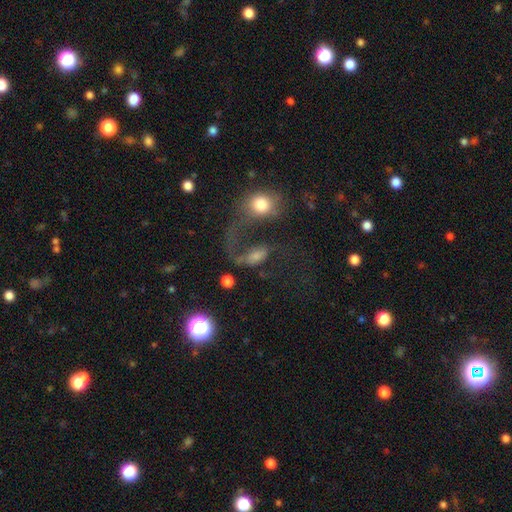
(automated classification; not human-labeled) This is marginally a smooth galaxy (43%). Merging: possibly major disturbance (47%).